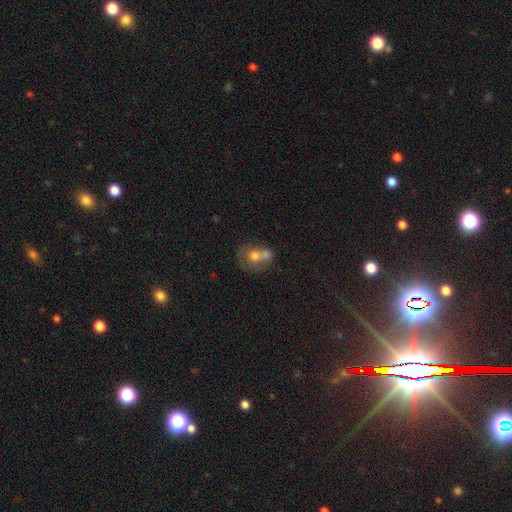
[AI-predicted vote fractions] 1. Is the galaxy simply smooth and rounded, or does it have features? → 56% smooth, 30% featured or disk, 13% star or artifact.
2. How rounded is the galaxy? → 55% round, 44% in between, 2% cigar-shaped.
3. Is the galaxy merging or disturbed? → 59% merger, 23% none, 11% minor disturbance, 8% major disturbance.